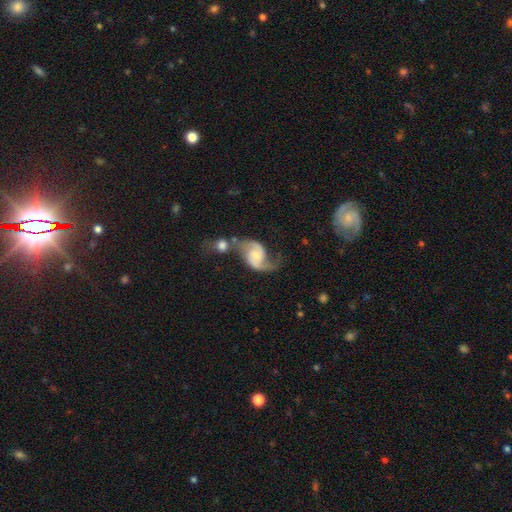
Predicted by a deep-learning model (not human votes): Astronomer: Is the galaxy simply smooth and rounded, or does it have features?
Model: featured or disk — 85%.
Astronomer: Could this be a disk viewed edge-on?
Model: no — 98%.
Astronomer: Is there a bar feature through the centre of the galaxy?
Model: no — 50% (runner-up: weak, 40%).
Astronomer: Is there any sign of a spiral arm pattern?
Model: yes — 96%.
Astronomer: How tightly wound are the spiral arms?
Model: loose — 56% (runner-up: medium, 36%).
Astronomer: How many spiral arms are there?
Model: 2 — 92%.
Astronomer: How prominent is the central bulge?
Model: small — 41% (runner-up: moderate, 33%).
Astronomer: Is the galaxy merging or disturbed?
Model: merger — 38% (runner-up: none, 35%).